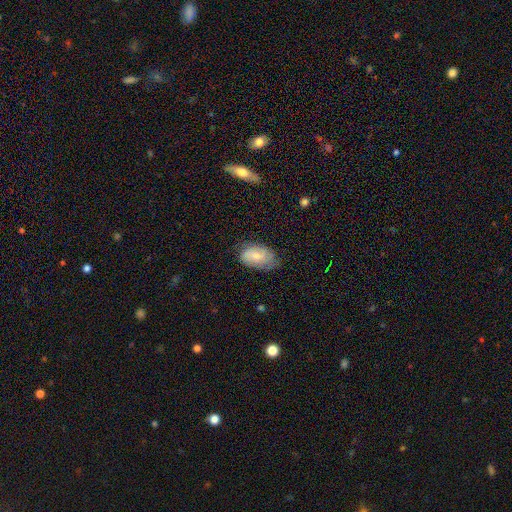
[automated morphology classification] type=smooth (69%); roundness=in between (92%); merging=none (58%).